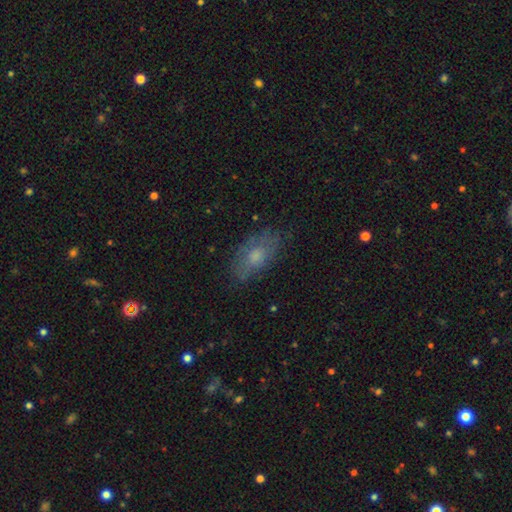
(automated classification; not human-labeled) smooth 58%, featured or disk 32%, star or artifact 10%. Down the decision tree: how rounded — in between (88%); merging — none (69%).